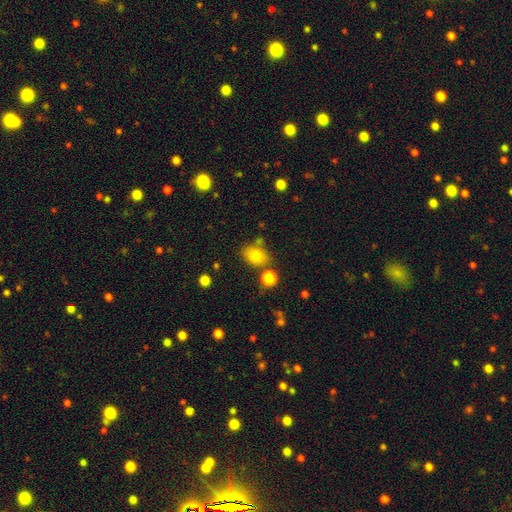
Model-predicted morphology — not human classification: A smooth galaxy with no disk features (78%) that is in between round and cigar-shaped (57%).

Vote fractions:
- Smooth or featured? smooth: 78% / star or artifact: 12% / featured or disk: 11%
- How rounded? in between: 57% / round: 41% / cigar-shaped: 1%
- Merging? none: 68% / minor disturbance: 15% / merger: 13% / major disturbance: 4%